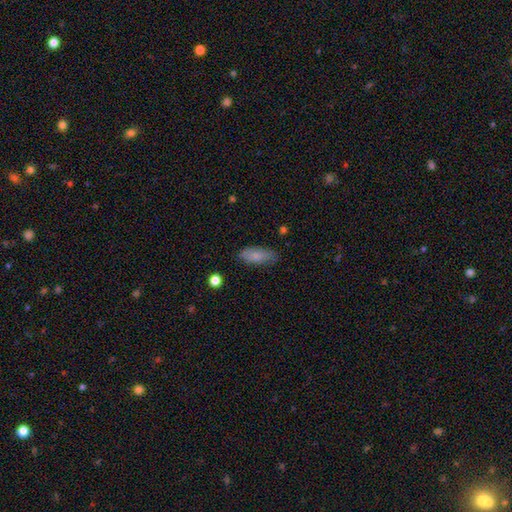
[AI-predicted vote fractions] Smooth or featured: smooth — 79% (featured or disk — 14%)
How rounded: in between — 76% (cigar-shaped — 21%)
Merging: none — 75% (minor disturbance — 19%)